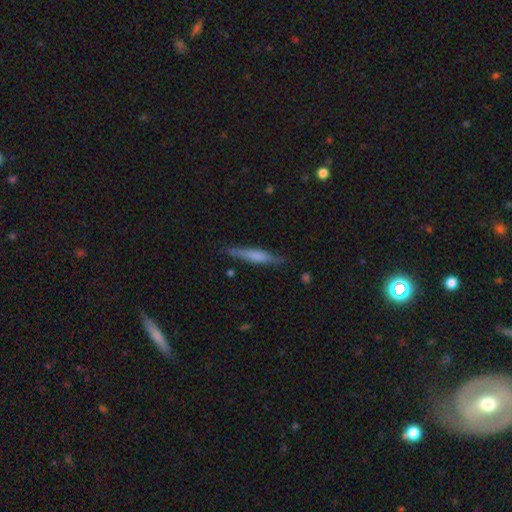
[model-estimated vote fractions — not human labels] Morphology: type=smooth (49%); merging=none (84%).